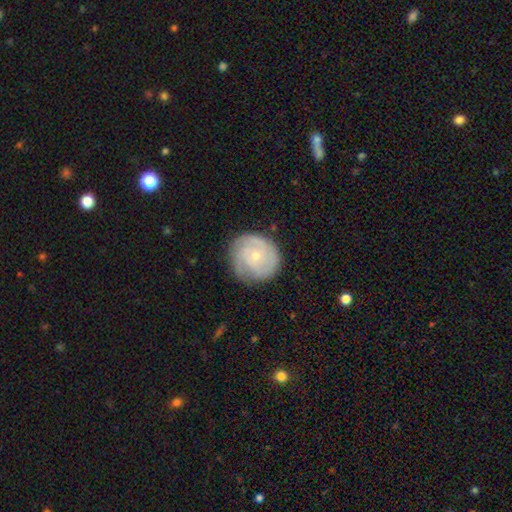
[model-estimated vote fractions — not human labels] A featured or disk galaxy (78%) with no bar (75%), 3 (39%) tight (69%) spiral arms (95%) and a small central bulge (70%). Merging: none (79%).